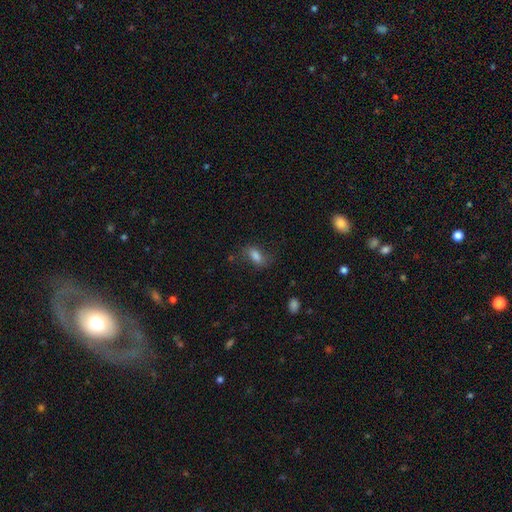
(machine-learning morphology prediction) The model was most divided on "merging": none: 65%, minor disturbance: 22%, major disturbance: 11%, merger: 2%. More confident: how rounded — in between (84%); smooth or featured — smooth (75%).